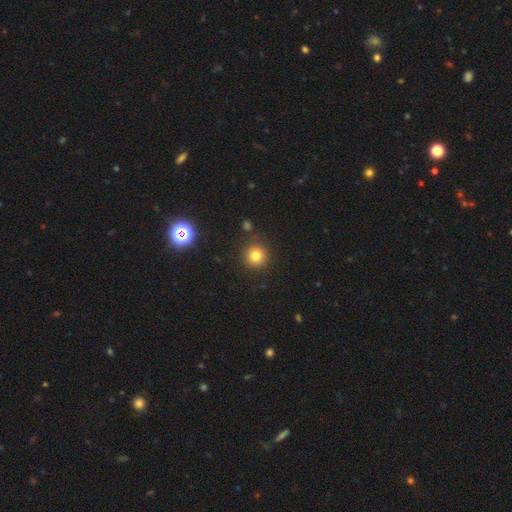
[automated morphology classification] Q: Smooth or featured?
A: smooth (78%); runner-up: star or artifact (15%)
Q: How rounded?
A: round (94%); runner-up: in between (5%)
Q: Merging?
A: none (87%); runner-up: minor disturbance (7%)